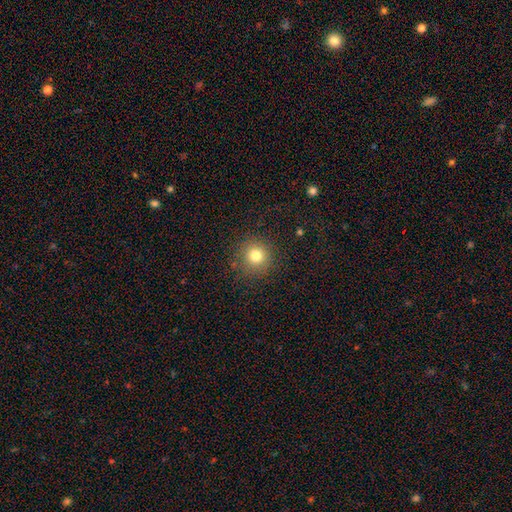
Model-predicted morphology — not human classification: A smooth galaxy with no disk features (79%) that is round (94%).

Vote fractions:
- Smooth or featured? smooth: 79% / star or artifact: 13% / featured or disk: 8%
- How rounded? round: 94% / in between: 5% / cigar-shaped: 1%
- Merging? none: 88% / minor disturbance: 7% / major disturbance: 3% / merger: 1%